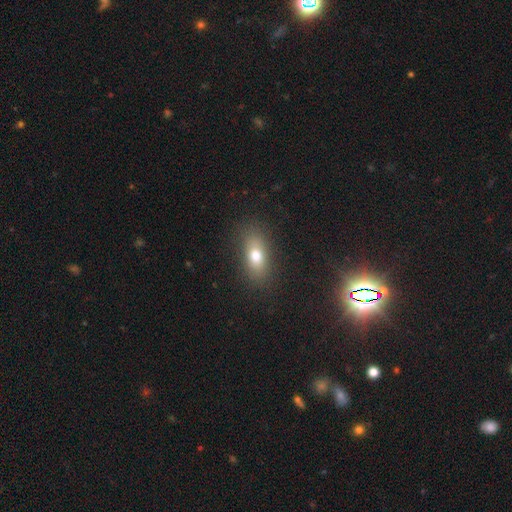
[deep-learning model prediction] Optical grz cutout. It shows a smooth galaxy with no disk features (75%) that is in between round and cigar-shaped (79%). Merging: none (82%).